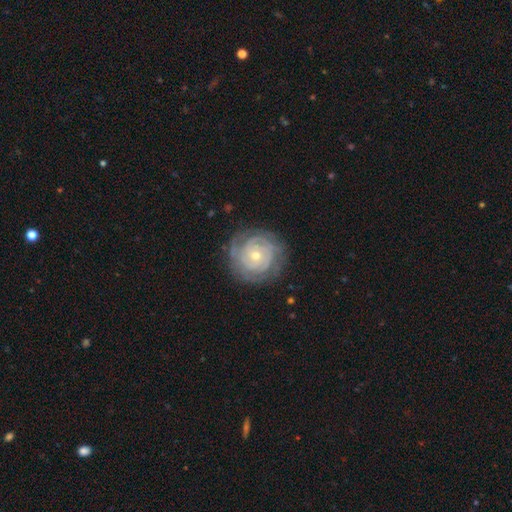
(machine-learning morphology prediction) The model was most divided on "spiral arm count": can't tell: 32%, 2: 23%, 3: 21%, 4: 12%, more than 4: 6%, 1: 6%. More confident: edge-on disk — no (97%); spiral arms — yes (95%); spiral winding — tight (83%); smooth or featured — featured or disk (83%); merging — none (82%); bar — no (77%); bulge size — small (59%).